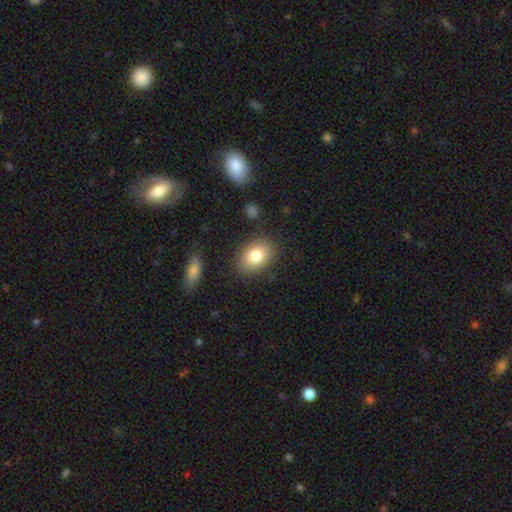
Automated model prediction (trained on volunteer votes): A smooth galaxy with no disk features (82%) that is in between round and cigar-shaped (76%). Merging: none (83%).